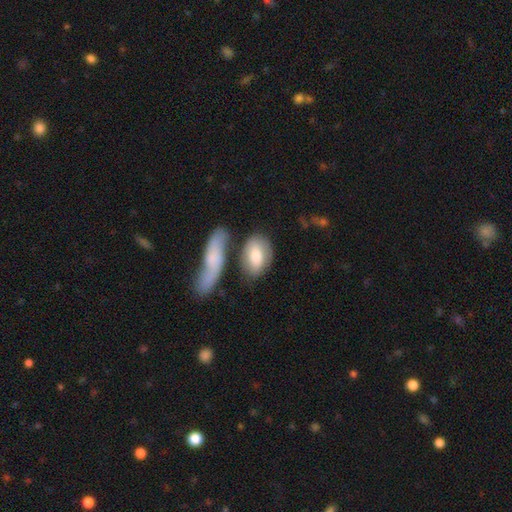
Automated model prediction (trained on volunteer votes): smooth-or-featured: smooth: 74% | featured or disk: 21% | star or artifact: 5%
  how-rounded: in between: 83% | round: 12% | cigar-shaped: 5%
  merging: none: 62% | minor disturbance: 16% | merger: 16% | major disturbance: 6%